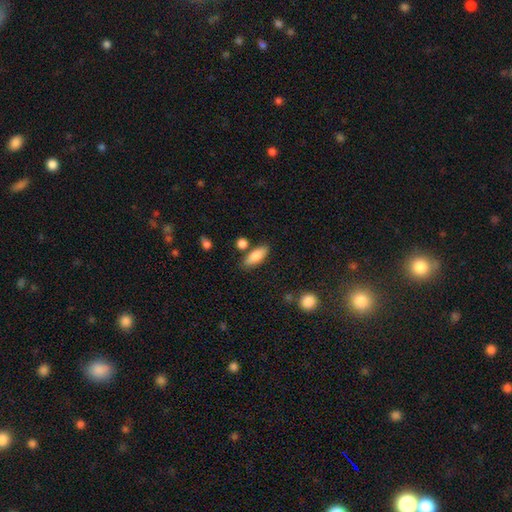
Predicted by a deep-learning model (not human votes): Smooth or featured?
  - smooth: 83% *
  - featured or disk: 11%
  - star or artifact: 7%
How rounded?
  - in between: 77% *
  - cigar-shaped: 21%
  - round: 3%
Merging?
  - none: 77% *
  - minor disturbance: 12%
  - merger: 7%
  - major disturbance: 3%